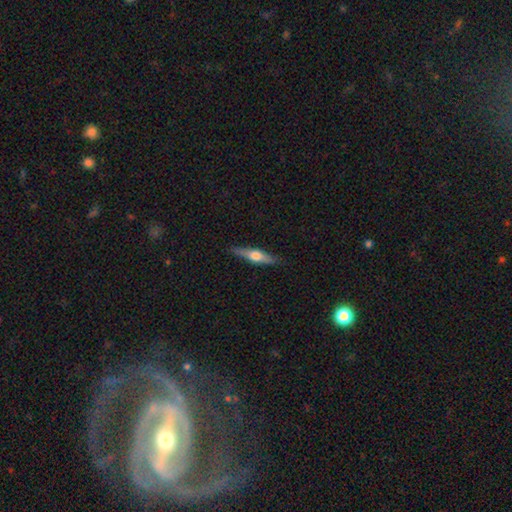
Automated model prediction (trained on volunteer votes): Smooth or featured: featured or disk — 62% (smooth — 32%)
Edge-on disk: yes — 96% (no — 4%)
Edge-on bulge: rounded — 93% (boxy — 5%)
Merging: none — 88% (minor disturbance — 9%)